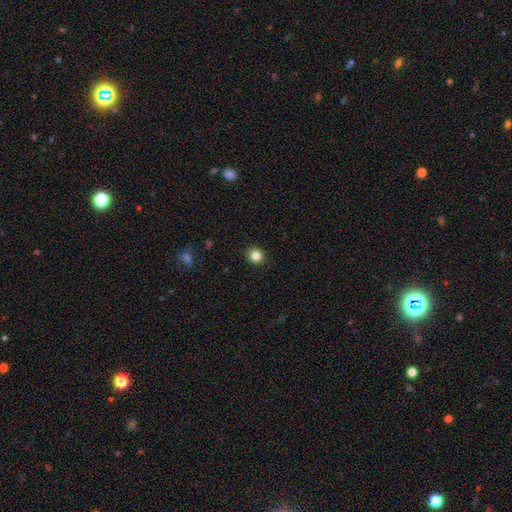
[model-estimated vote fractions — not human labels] Smooth or featured? smooth (84%)
How rounded? round (82%)
Merging? none (90%)